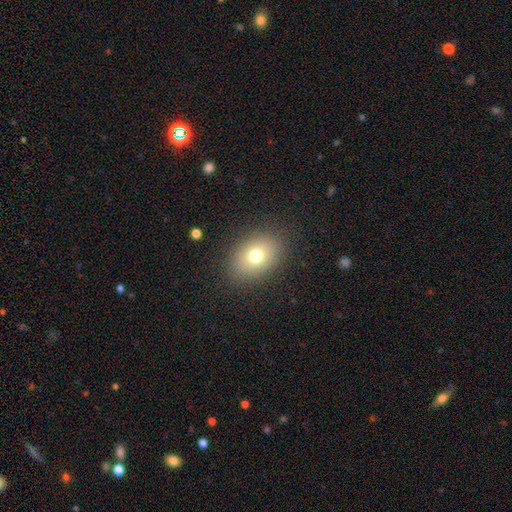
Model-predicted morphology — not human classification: Overall: smooth (74%). How rounded: in between (71%). Merging: none (86%).